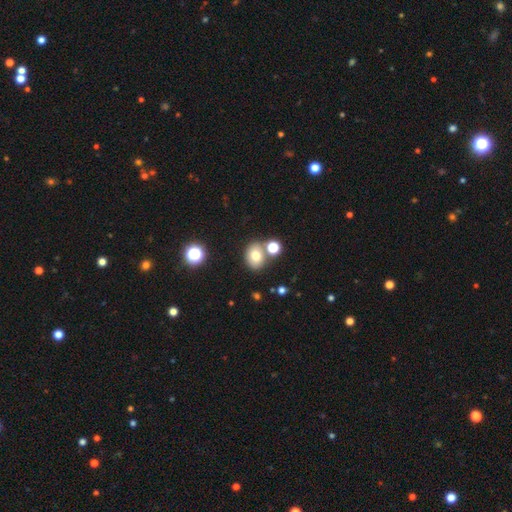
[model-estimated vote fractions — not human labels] A smooth galaxy with no disk features (72%) that is round (51%).

Vote fractions:
- Smooth or featured? smooth: 72% / star or artifact: 15% / featured or disk: 13%
- How rounded? round: 51% / in between: 48% / cigar-shaped: 1%
- Merging? none: 67% / merger: 19% / minor disturbance: 11% / major disturbance: 4%